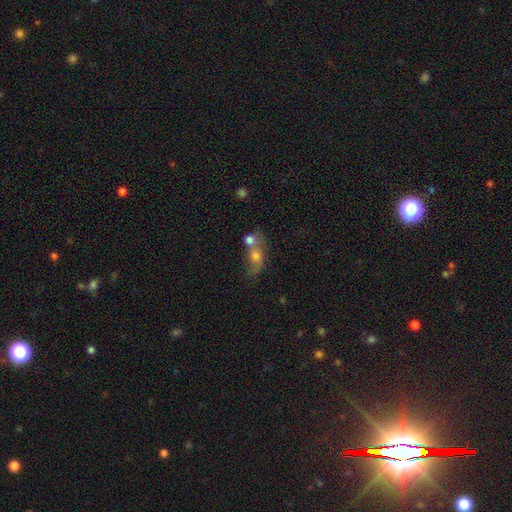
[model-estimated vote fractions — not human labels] This is possibly a smooth galaxy (55%). How rounded: possibly in between (54%). Merging: possibly merger (51%).